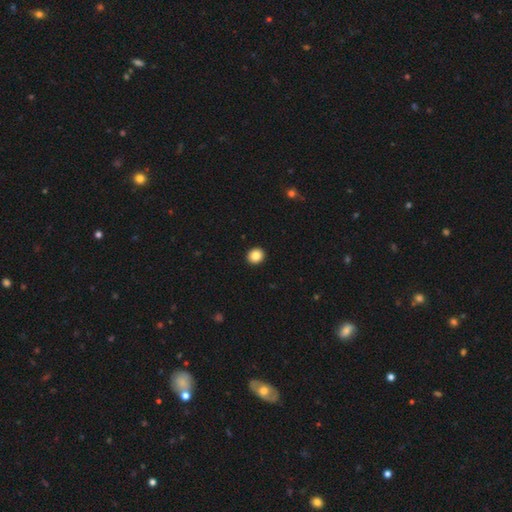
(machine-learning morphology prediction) This appears to be a smooth galaxy with no disk features (86%) that is round (82%). Merging: none (94%).